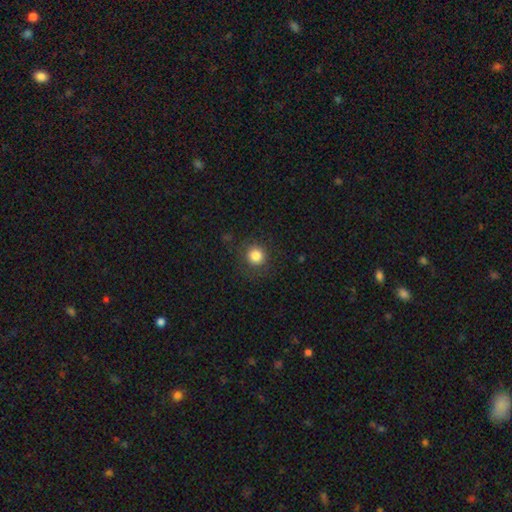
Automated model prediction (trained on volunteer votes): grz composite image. It shows a smooth galaxy with no disk features (84%) that is round (93%). Merging: none (86%).